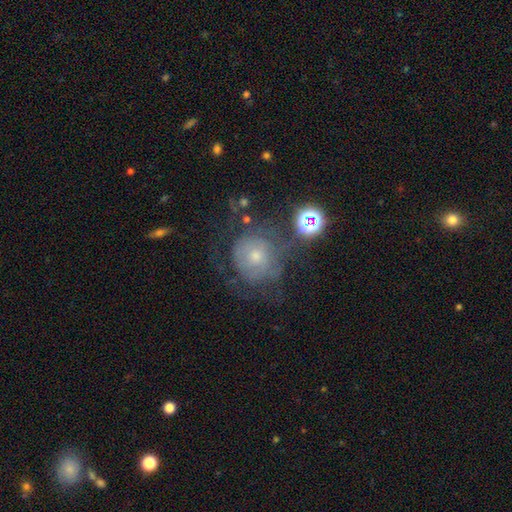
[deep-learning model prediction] The model was most divided on "smooth or featured": featured or disk: 49%, smooth: 34%, star or artifact: 18%. More confident: merging — none (52%).